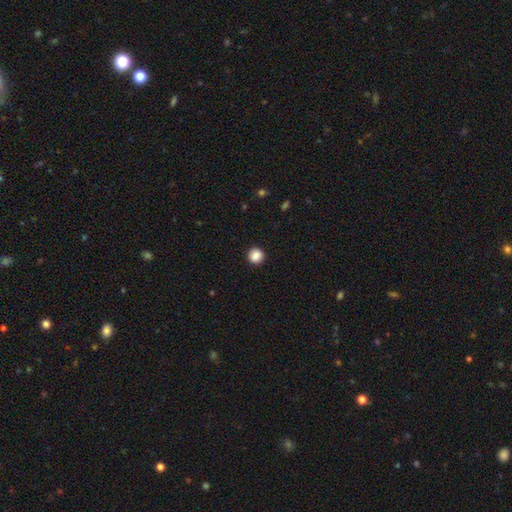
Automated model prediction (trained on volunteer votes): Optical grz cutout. It shows a smooth galaxy with no disk features (87%) that is round (92%). Merging: none (92%).